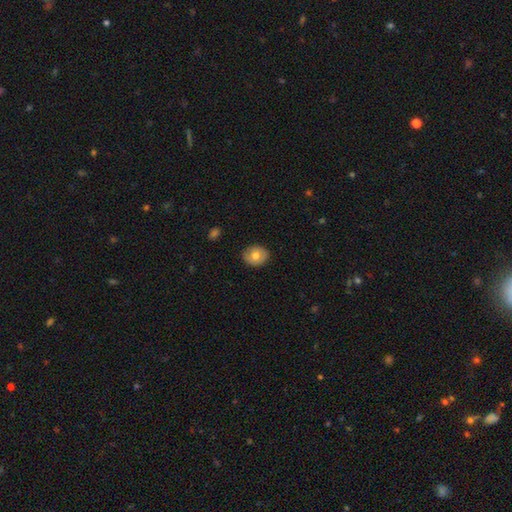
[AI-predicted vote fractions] A smooth galaxy with no disk features (75%) that is round (62%). Merging: none (86%).